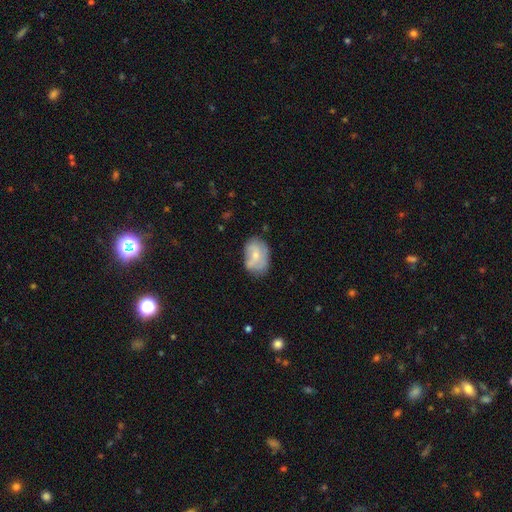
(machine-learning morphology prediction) The model was most divided on "smooth or featured": smooth: 52%, featured or disk: 41%, star or artifact: 7%. More confident: how rounded — in between (77%); merging — none (51%).